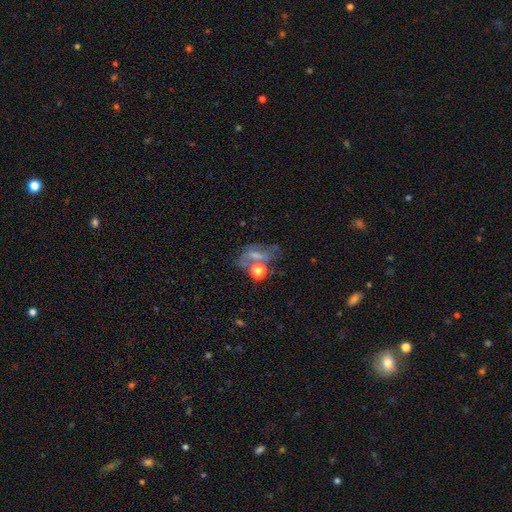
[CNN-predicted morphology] Q: Smooth or featured?
A: featured or disk (37%); runner-up: star or artifact (32%)
Q: Merging?
A: none (47%); runner-up: major disturbance (19%)